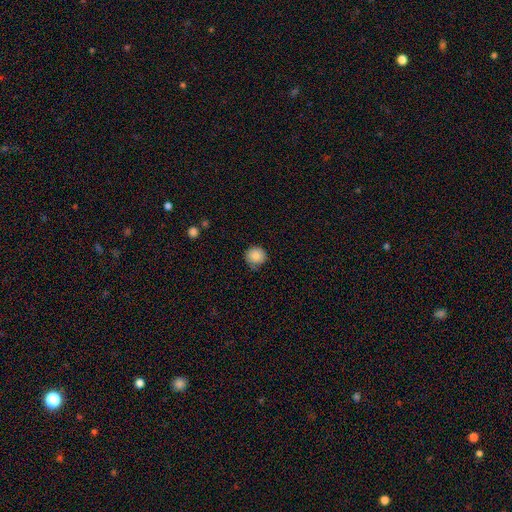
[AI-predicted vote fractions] Morphology: type=smooth (86%); roundness=round (93%); merging=none (79%).